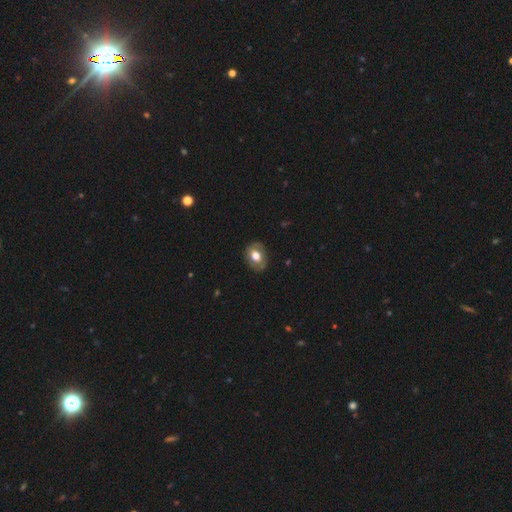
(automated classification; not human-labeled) Smooth or featured: smooth — 57% (featured or disk — 36%)
How rounded: in between — 60% (round — 39%)
Merging: none — 80% (minor disturbance — 15%)